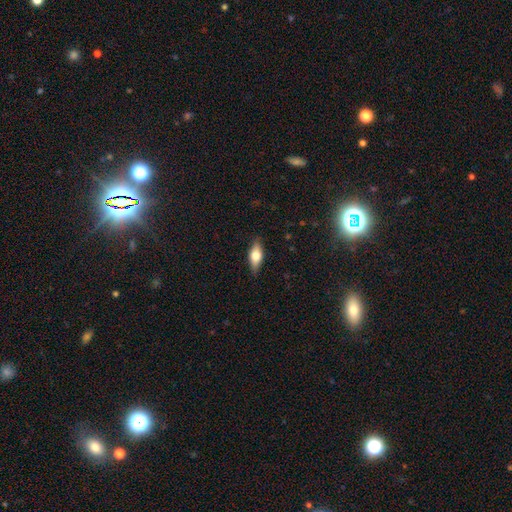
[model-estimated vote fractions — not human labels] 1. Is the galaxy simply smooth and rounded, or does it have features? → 58% smooth, 35% featured or disk, 7% star or artifact.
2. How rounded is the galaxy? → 73% in between, 23% cigar-shaped, 4% round.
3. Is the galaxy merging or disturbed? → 85% none, 11% minor disturbance, 2% major disturbance, 1% merger.